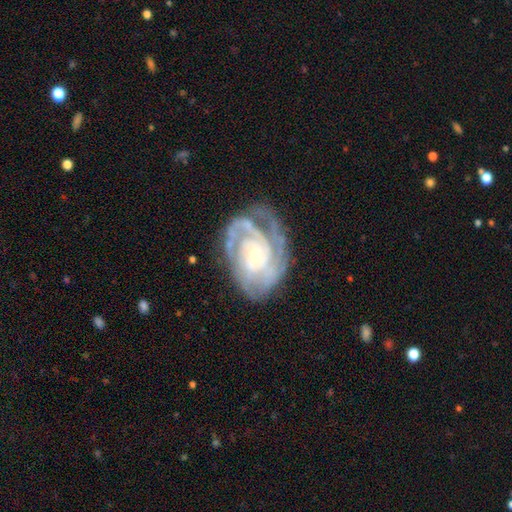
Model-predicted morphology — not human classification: Smooth or featured? Predicted: featured or disk (p=0.88). Edge-on disk? Predicted: no (p=0.97). Bar? Predicted: no (p=0.70). Spiral arms? Predicted: yes (p=0.96). Spiral winding? Predicted: tight (p=0.69). Spiral arm count? Predicted: can't tell (p=0.27, tied with 2). Bulge size? Predicted: small (p=0.71). Merging? Predicted: none (p=0.65).